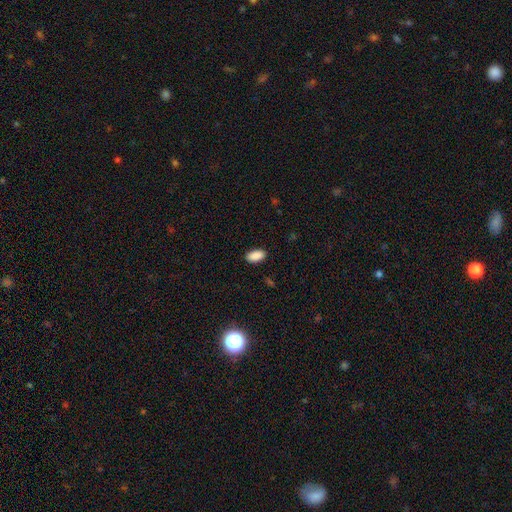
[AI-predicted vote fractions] A smooth galaxy with no disk features (89%) that is in between round and cigar-shaped (94%). Merging: none (89%).